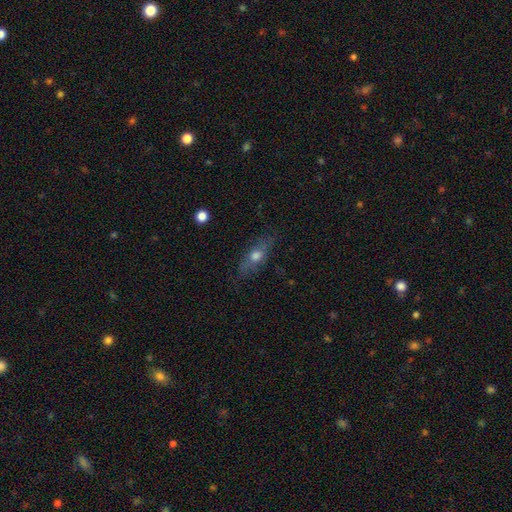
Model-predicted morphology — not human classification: Smooth or featured? featured or disk (44%)
Merging? none (81%)